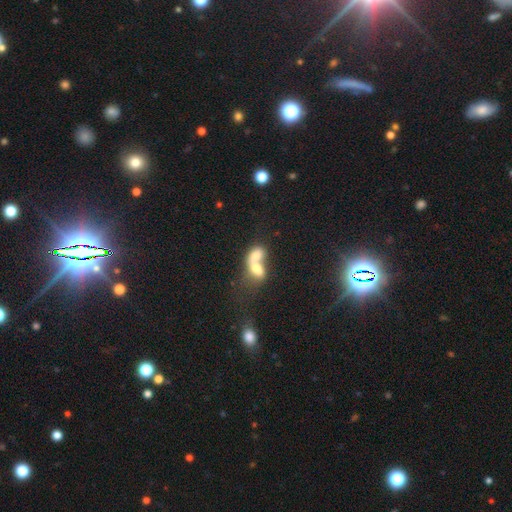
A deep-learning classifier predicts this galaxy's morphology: Q: Smooth or featured?
A: smooth (65%); runner-up: featured or disk (26%)
Q: How rounded?
A: in between (75%); runner-up: round (22%)
Q: Merging?
A: merger (82%); runner-up: none (8%)